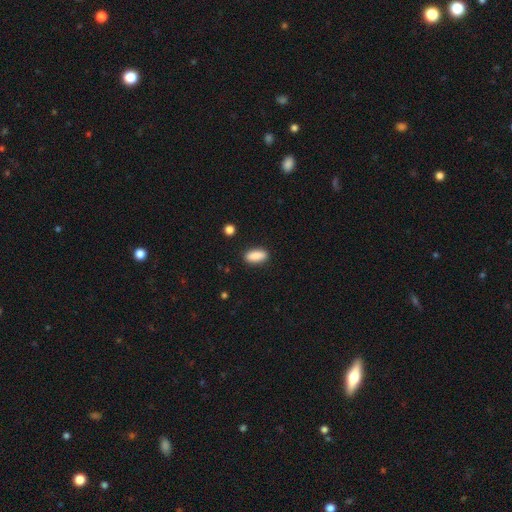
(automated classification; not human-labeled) smooth_or_featured: smooth (p=0.89) [alt: star or artifact p=0.07]
how_rounded: in between (p=0.84) [alt: cigar-shaped p=0.13]
merging: none (p=0.88) [alt: minor disturbance p=0.08]